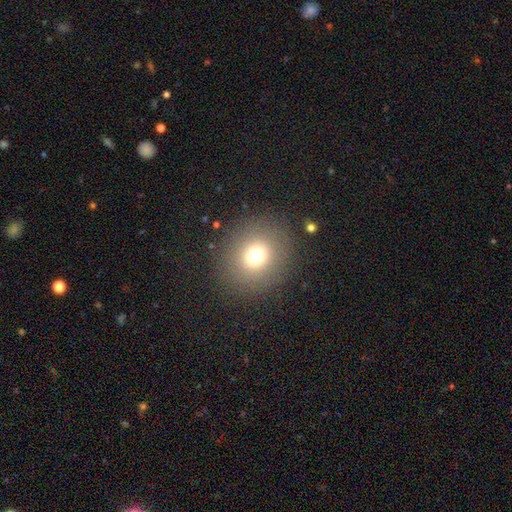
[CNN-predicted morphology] This appears to be a smooth galaxy with no disk features (71%) that is round (87%). Merging: none (87%).